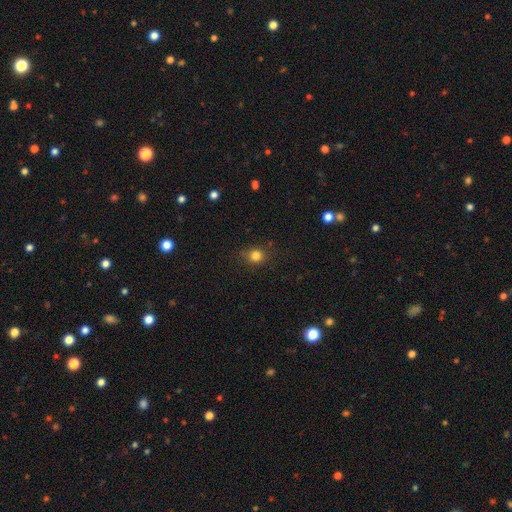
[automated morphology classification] smooth_or_featured: smooth (p=0.81) [alt: star or artifact p=0.13]
how_rounded: round (p=0.79) [alt: in between p=0.20]
merging: none (p=0.80) [alt: minor disturbance p=0.14]